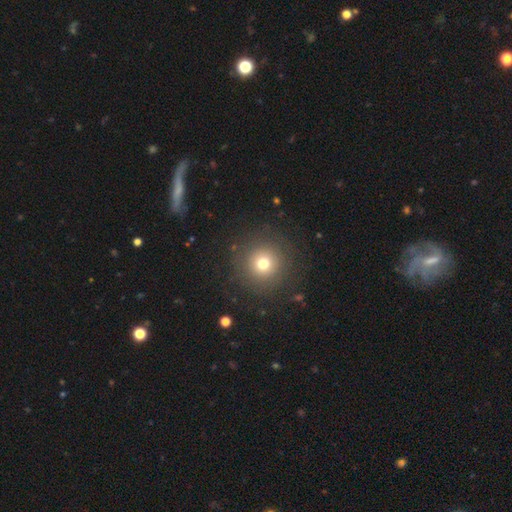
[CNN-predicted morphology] A smooth galaxy with no disk features (46%).

Vote fractions:
- Smooth or featured? smooth: 46% / star or artifact: 34% / featured or disk: 20%
- Merging? none: 89% / minor disturbance: 7% / major disturbance: 2% / merger: 2%